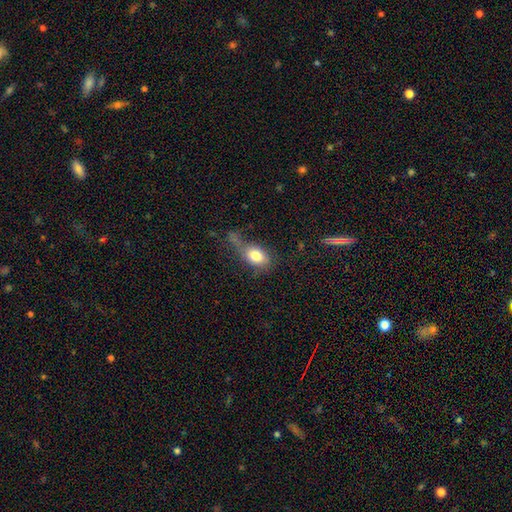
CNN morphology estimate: smooth 79%, featured or disk 13%, star or artifact 9%. Down the decision tree: how rounded — in between (76%); merging — none (39%).